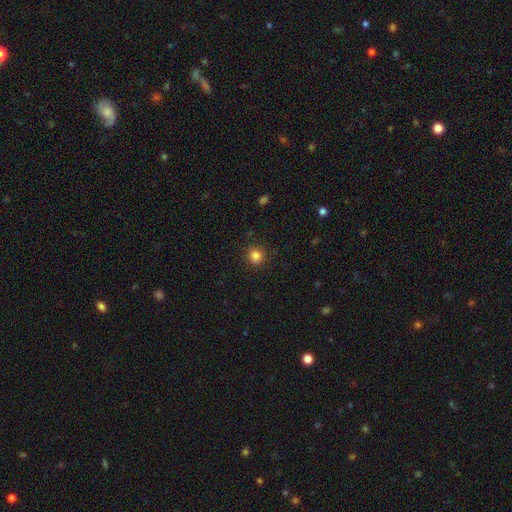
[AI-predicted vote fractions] A smooth galaxy with no disk features (84%) that is round (91%). Merging: none (89%).